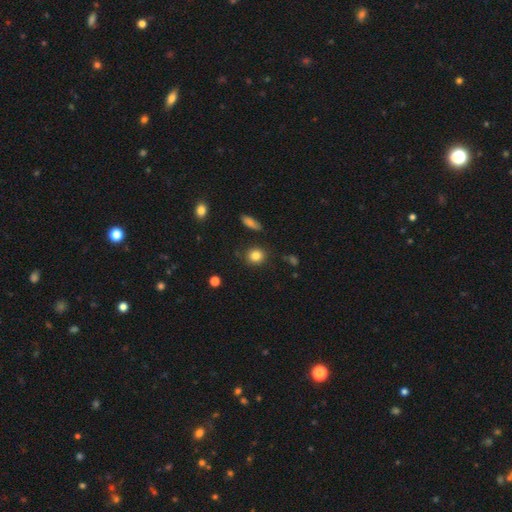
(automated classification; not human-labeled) smooth-or-featured: smooth: 84% | star or artifact: 10% | featured or disk: 6%
  how-rounded: round: 81% | in between: 17% | cigar-shaped: 1%
  merging: none: 84% | minor disturbance: 10% | major disturbance: 3% | merger: 2%